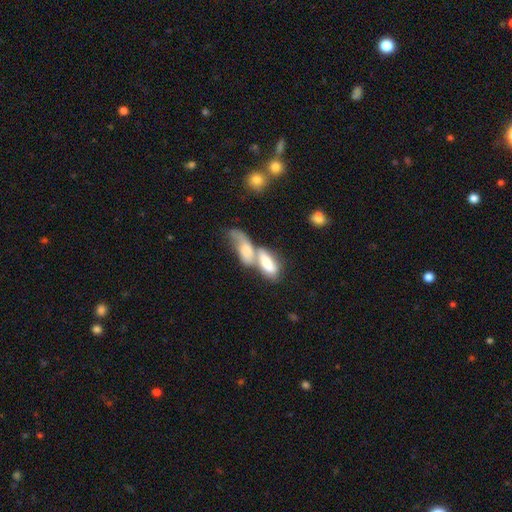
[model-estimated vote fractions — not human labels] Smooth or featured? Predicted: smooth (p=0.44). Merging? Predicted: merger (p=0.61).